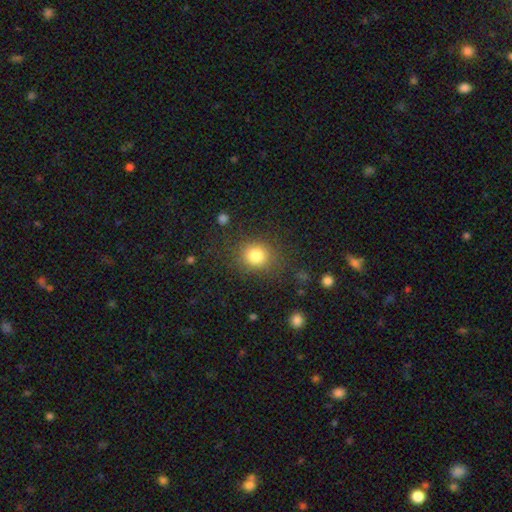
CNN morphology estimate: smooth_or_featured: smooth (p=0.82) [alt: star or artifact p=0.11]
how_rounded: round (p=0.80) [alt: in between p=0.19]
merging: none (p=0.82) [alt: minor disturbance p=0.11]